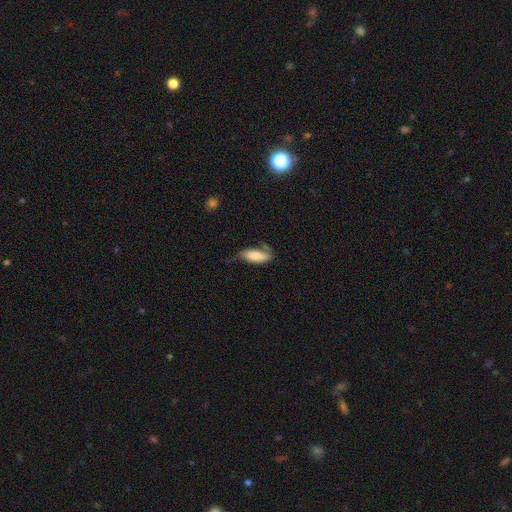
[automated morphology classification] Smooth or featured: smooth — 75% (featured or disk — 18%)
How rounded: in between — 78% (cigar-shaped — 20%)
Merging: none — 47% (minor disturbance — 34%)